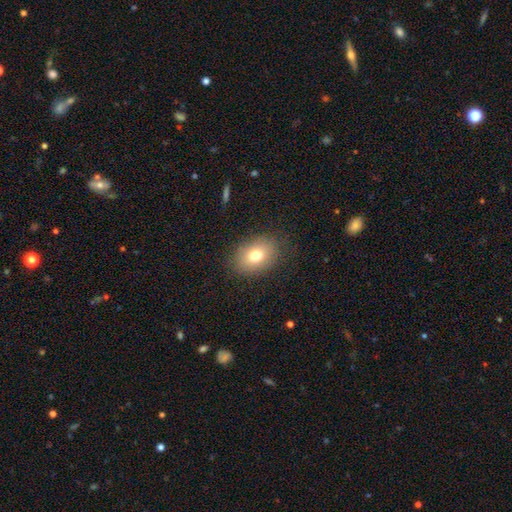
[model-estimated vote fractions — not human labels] A smooth galaxy with no disk features (75%) that is in between round and cigar-shaped (68%). Merging: none (83%).